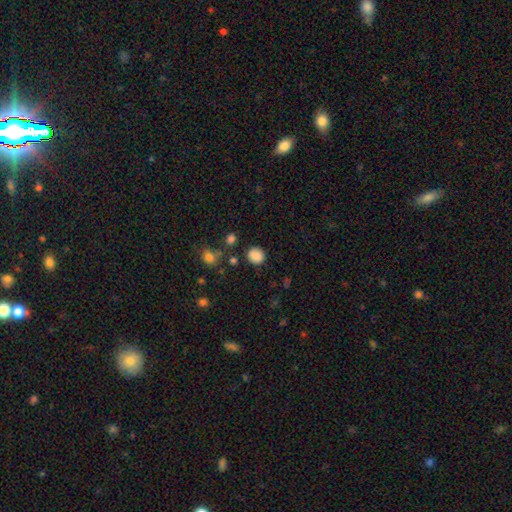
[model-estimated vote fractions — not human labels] Smooth or featured? smooth (86%)
How rounded? round (84%)
Merging? none (85%)